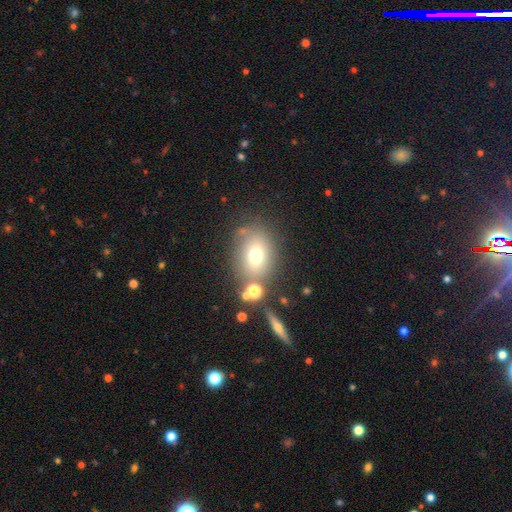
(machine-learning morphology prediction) A smooth galaxy with no disk features (69%) that is in between round and cigar-shaped (51%).

Vote fractions:
- Smooth or featured? smooth: 69% / featured or disk: 16% / star or artifact: 15%
- How rounded? in between: 51% / round: 48% / cigar-shaped: 1%
- Merging? none: 68% / minor disturbance: 14% / merger: 11% / major disturbance: 7%